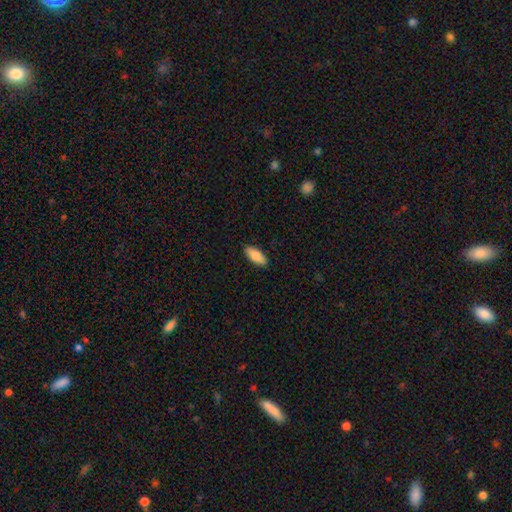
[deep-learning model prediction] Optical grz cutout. It shows a smooth galaxy with no disk features (85%) that is in between round and cigar-shaped (80%). Merging: none (89%).